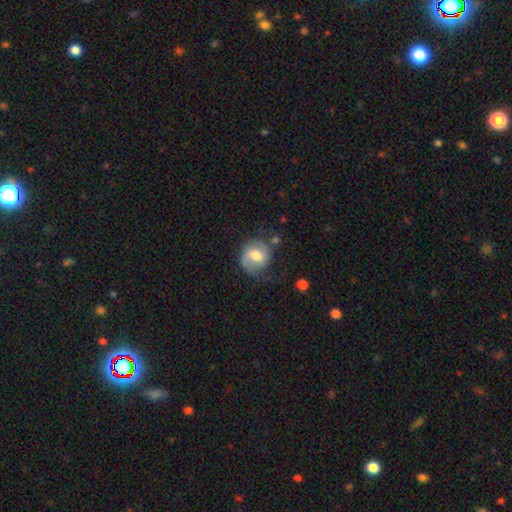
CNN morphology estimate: The model was most divided on "smooth or featured": featured or disk: 50%, smooth: 43%, star or artifact: 7%. More confident: edge-on disk — no (97%); merging — none (53%).